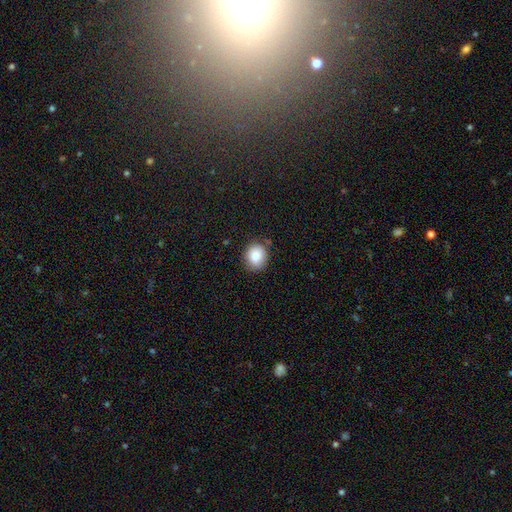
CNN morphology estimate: smooth-or-featured: smooth: 85% | star or artifact: 8% | featured or disk: 6%
  how-rounded: round: 72% | in between: 27% | cigar-shaped: 1%
  merging: none: 81% | minor disturbance: 14% | major disturbance: 3% | merger: 2%